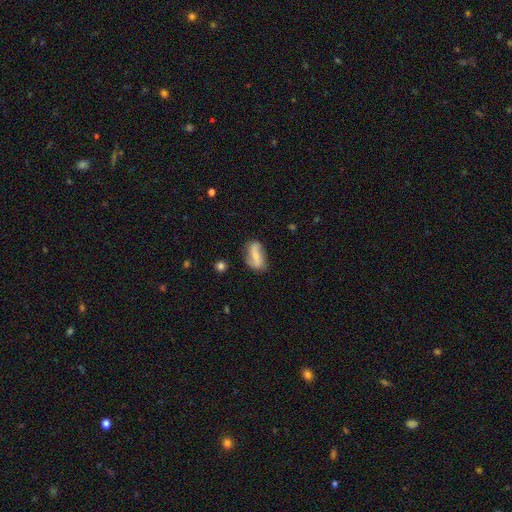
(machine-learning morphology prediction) A featured or disk galaxy (55%) with no bar (36%), spiral arms (84%) and a small central bulge (54%).

Vote fractions:
- Smooth or featured? featured or disk: 55% / smooth: 37% / star or artifact: 7%
- Edge-on disk? no: 93% / yes: 7%
- Bar? no: 36% / weak: 33% / strong: 31%
- Spiral arms? yes: 84% / no: 16%
- Bulge size? small: 54% / moderate: 31% / none: 11% / large: 3% / dominant: 1%
- Merging? none: 69% / minor disturbance: 22% / major disturbance: 7% / merger: 3%